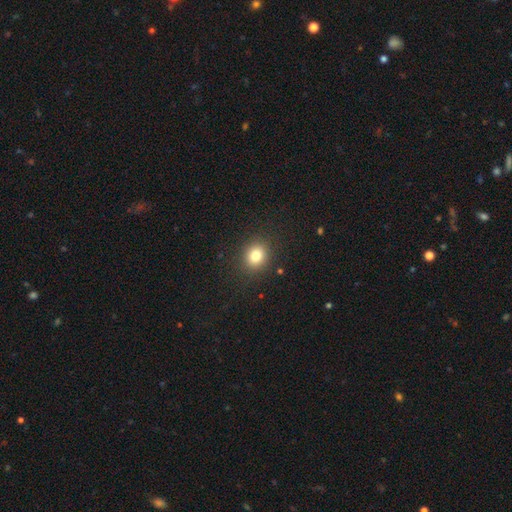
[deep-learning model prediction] smooth_or_featured: smooth (p=0.80) [alt: star or artifact p=0.12]
how_rounded: round (p=0.74) [alt: in between p=0.25]
merging: none (p=0.88) [alt: minor disturbance p=0.07]